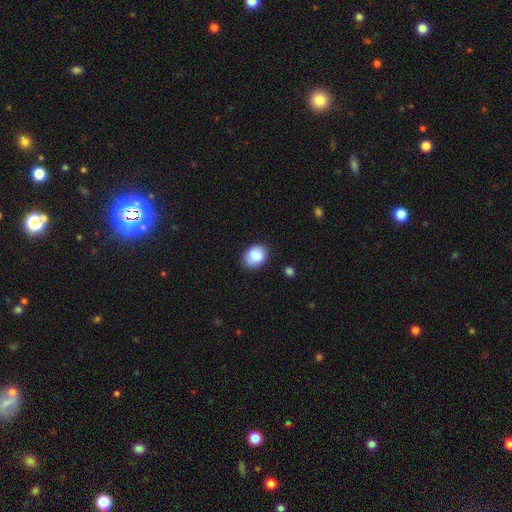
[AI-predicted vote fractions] smooth_or_featured: smooth (p=0.83) [alt: featured or disk p=0.09]
how_rounded: in between (p=0.57) [alt: round p=0.42]
merging: none (p=0.79) [alt: minor disturbance p=0.16]